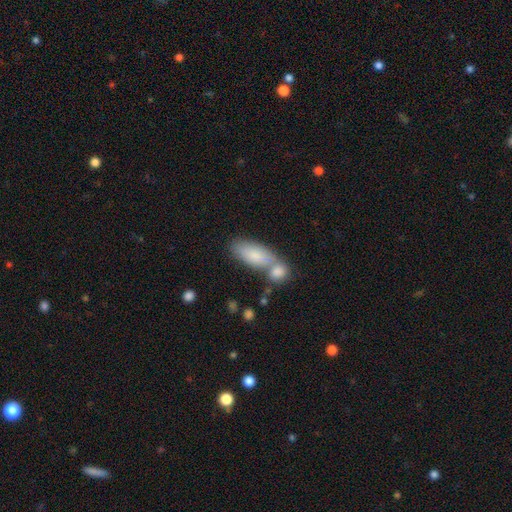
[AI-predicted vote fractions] A smooth galaxy with no disk features (81%) that is in between round and cigar-shaped (80%). Merging: merger (46%).